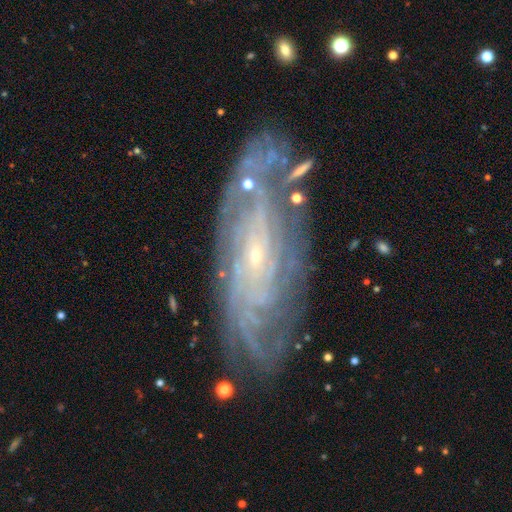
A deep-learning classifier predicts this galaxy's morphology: The model was most divided on "spiral arm count": can't tell: 55%, 2: 12%, 4: 10%, more than 4: 9%, 3: 8%, 1: 6%. More confident: spiral arms — yes (90%); bulge size — small (85%); edge-on disk — no (85%); smooth or featured — featured or disk (81%); merging — none (78%); bar — no (70%); spiral winding — tight (69%).